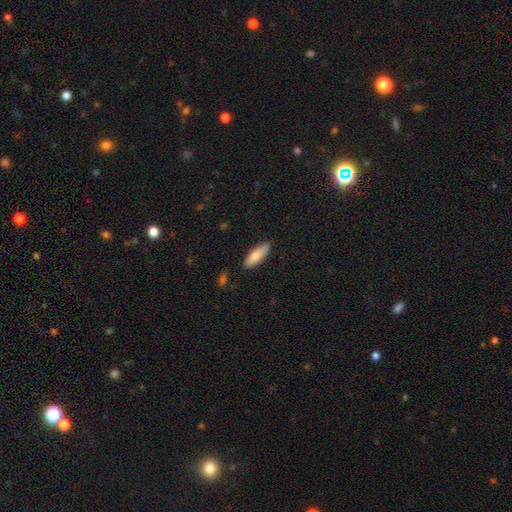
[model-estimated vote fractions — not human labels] This is clearly a smooth galaxy (82%). How rounded: possibly in between (55%). Merging: clearly none (86%).